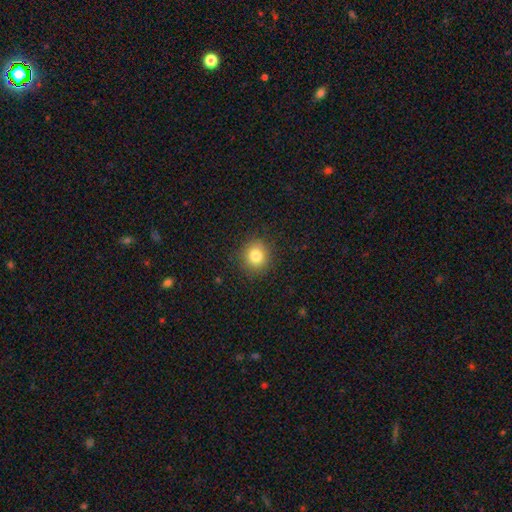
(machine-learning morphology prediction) The model was most divided on "how rounded": round: 85%, in between: 14%, cigar-shaped: 1%. More confident: merging — none (89%); smooth or featured — smooth (82%).